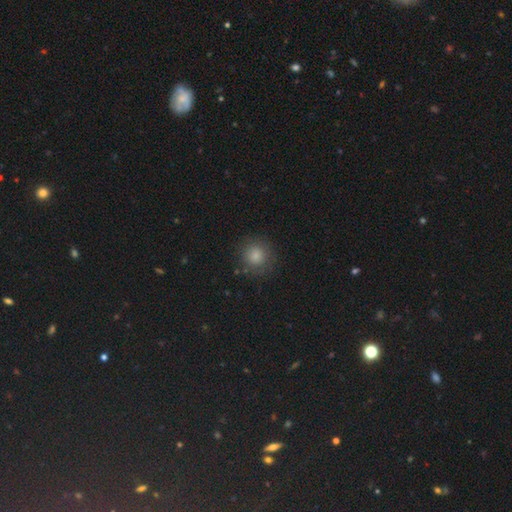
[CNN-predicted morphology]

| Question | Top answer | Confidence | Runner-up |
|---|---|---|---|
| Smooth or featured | smooth | 83% | star or artifact (11%) |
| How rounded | round | 91% | in between (8%) |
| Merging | none | 84% | minor disturbance (11%) |